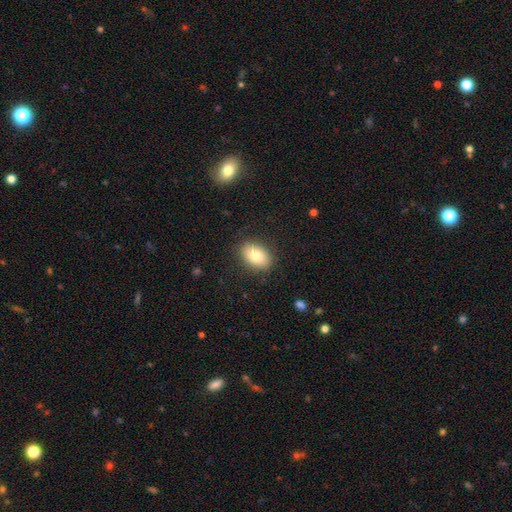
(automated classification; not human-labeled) Smooth or featured: smooth — 82% (featured or disk — 11%)
How rounded: in between — 88% (round — 10%)
Merging: none — 87% (minor disturbance — 9%)